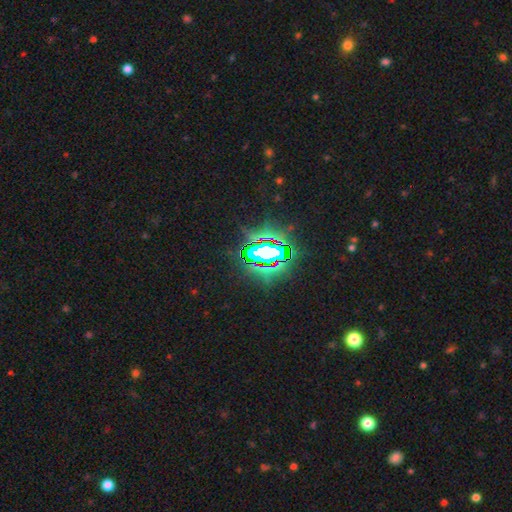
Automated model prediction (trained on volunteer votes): A star or artifact, not a galaxy (84%).